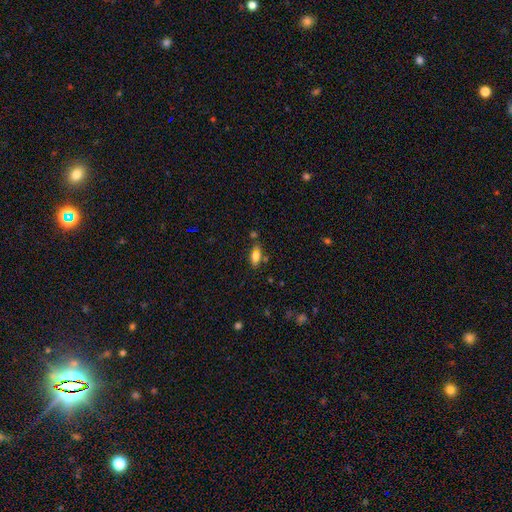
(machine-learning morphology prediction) smooth-or-featured: smooth: 79% | featured or disk: 12% | star or artifact: 9%
  how-rounded: in between: 83% | cigar-shaped: 13% | round: 3%
  merging: none: 70% | minor disturbance: 17% | merger: 9% | major disturbance: 4%